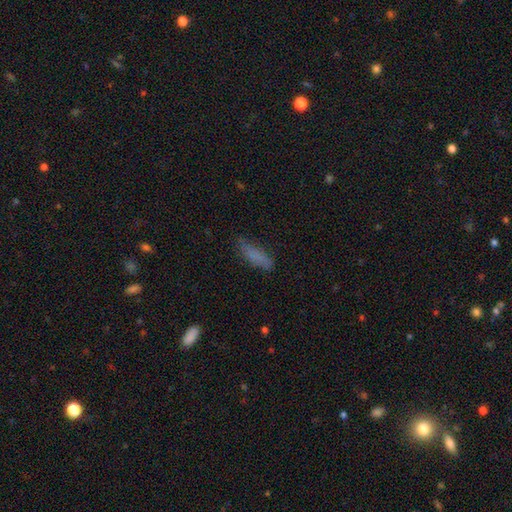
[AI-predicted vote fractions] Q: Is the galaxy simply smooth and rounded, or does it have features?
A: smooth — 78%.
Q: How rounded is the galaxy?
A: cigar-shaped — 64%.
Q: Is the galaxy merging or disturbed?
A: none — 68%.